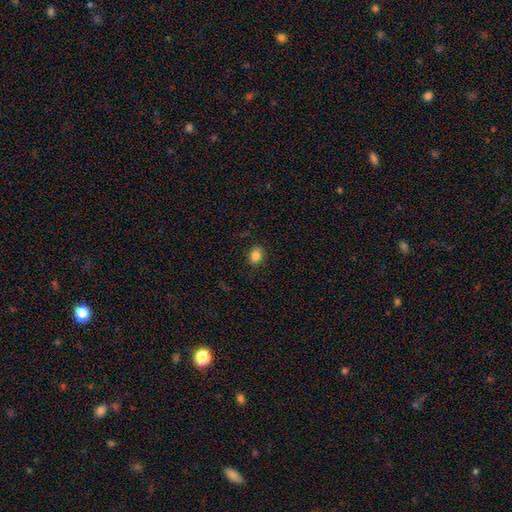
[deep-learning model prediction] This appears to be a smooth galaxy with no disk features (84%) that is in between round and cigar-shaped (51%). Merging: none (86%).